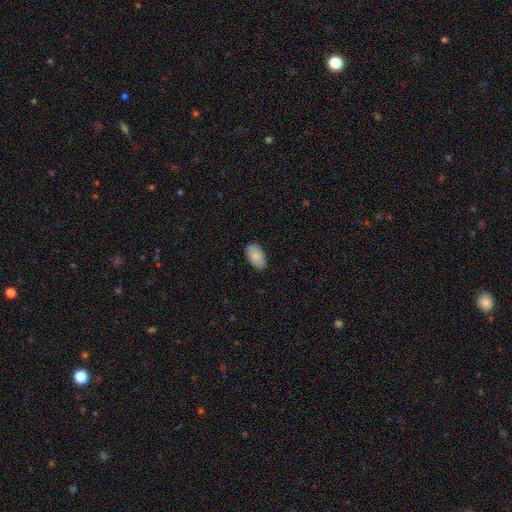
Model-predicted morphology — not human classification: Q: Smooth or featured?
A: smooth (87%); runner-up: featured or disk (7%)
Q: How rounded?
A: in between (94%); runner-up: round (4%)
Q: Merging?
A: none (87%); runner-up: minor disturbance (10%)